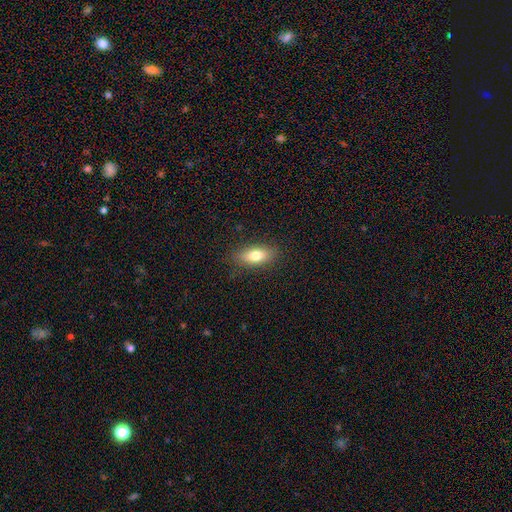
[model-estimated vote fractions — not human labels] This appears to be a smooth galaxy with no disk features (75%) that is in between round and cigar-shaped (79%). Merging: none (86%).